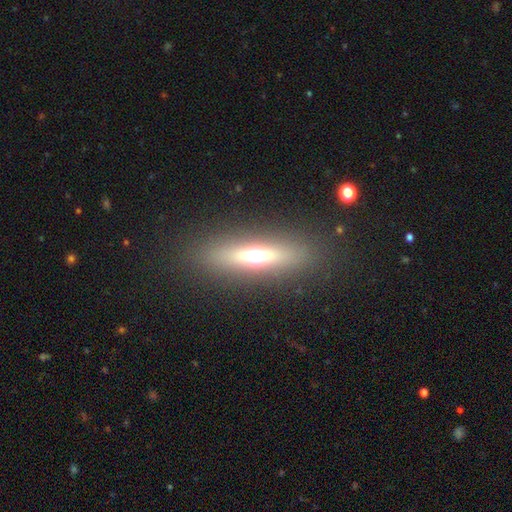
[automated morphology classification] This is possibly a smooth galaxy (45%). Merging: clearly none (85%).